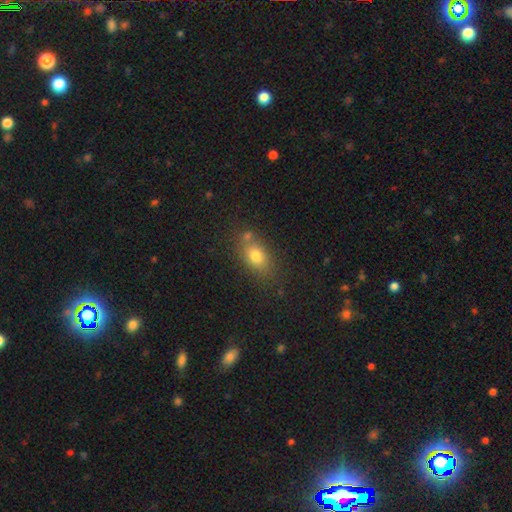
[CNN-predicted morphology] Overall: smooth (76%). How rounded: in between (76%). Merging: none (65%).